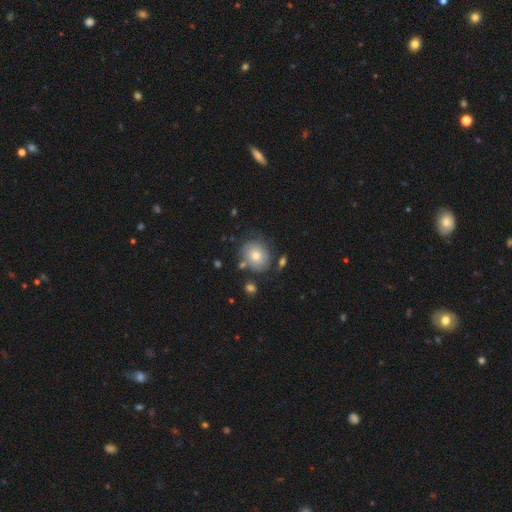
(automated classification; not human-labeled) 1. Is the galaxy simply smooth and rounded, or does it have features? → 55% smooth, 36% featured or disk, 10% star or artifact.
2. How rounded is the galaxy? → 64% round, 35% in between, 1% cigar-shaped.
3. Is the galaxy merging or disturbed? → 67% none, 19% minor disturbance, 7% major disturbance, 7% merger.